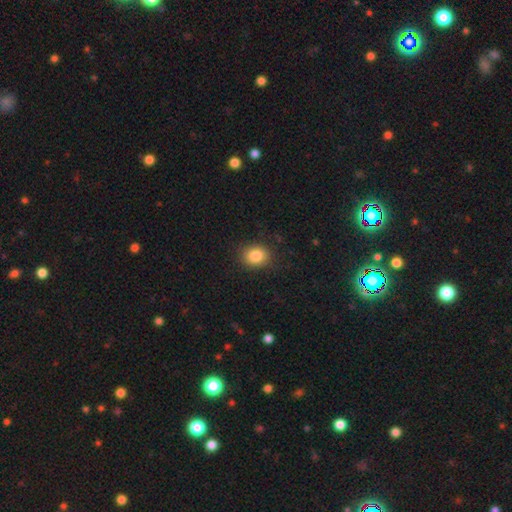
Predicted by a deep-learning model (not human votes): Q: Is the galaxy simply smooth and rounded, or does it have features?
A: smooth — 85%.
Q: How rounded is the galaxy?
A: round — 57%.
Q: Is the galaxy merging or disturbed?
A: none — 86%.